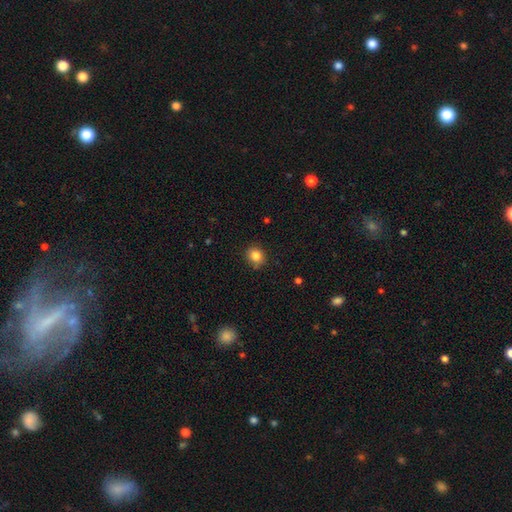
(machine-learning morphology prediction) The model was most divided on "how rounded": round: 80%, in between: 19%, cigar-shaped: 1%. More confident: smooth or featured — smooth (85%); merging — none (84%).